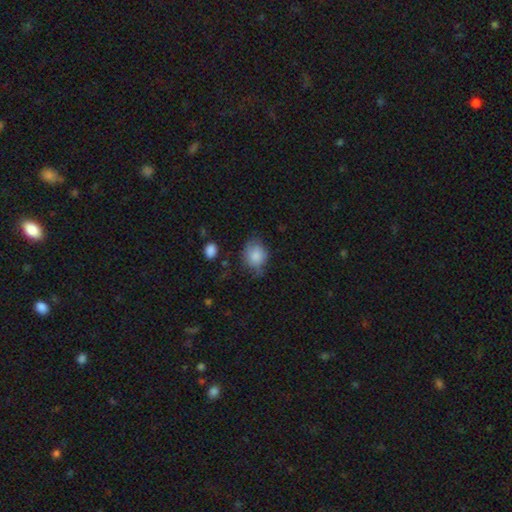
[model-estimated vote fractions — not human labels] Morphology: type=smooth (82%); roundness=round (51%); merging=none (52%).